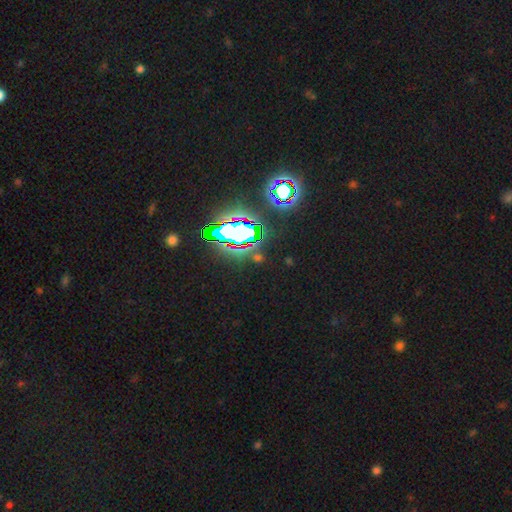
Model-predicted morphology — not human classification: A star or artifact, not a galaxy (74%).

Vote fractions:
- Smooth or featured? star or artifact: 74% / smooth: 15% / featured or disk: 11%